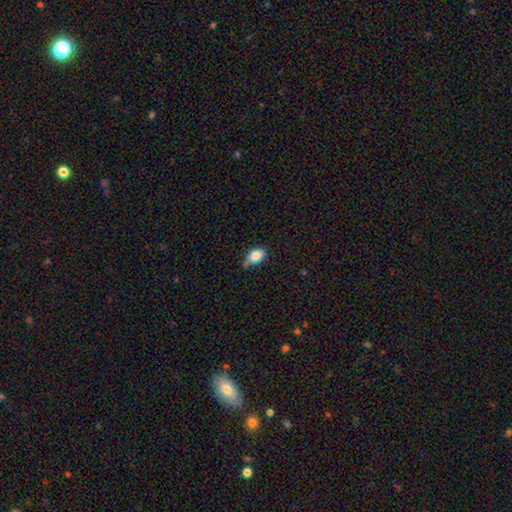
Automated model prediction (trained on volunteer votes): This appears to be a smooth galaxy with no disk features (78%) that is in between round and cigar-shaped (84%). Merging: none (48%).